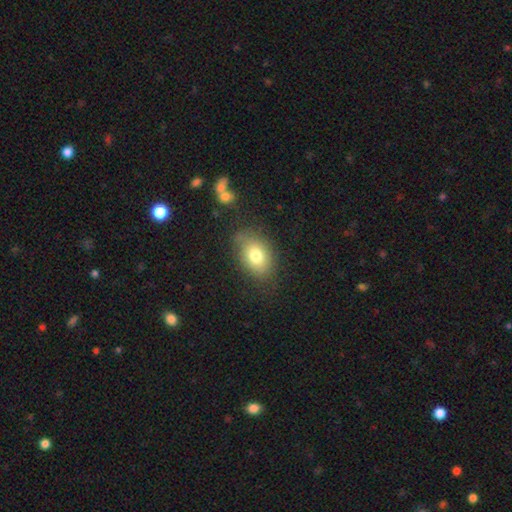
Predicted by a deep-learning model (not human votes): Smooth or featured?
  - smooth: 76% *
  - featured or disk: 14%
  - star or artifact: 10%
How rounded?
  - in between: 76% *
  - round: 23%
  - cigar-shaped: 1%
Merging?
  - none: 72% *
  - minor disturbance: 20%
  - major disturbance: 6%
  - merger: 3%